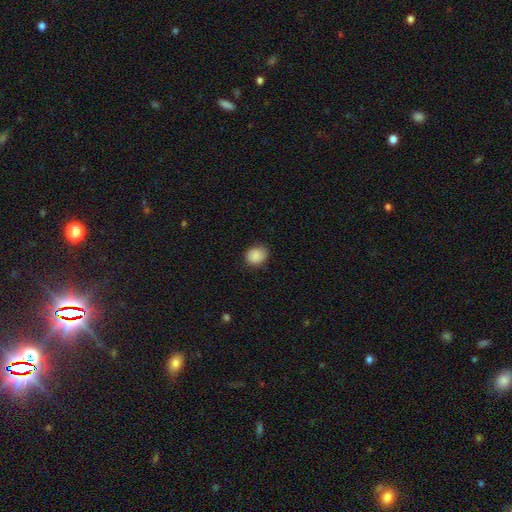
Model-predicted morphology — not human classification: This is clearly a smooth galaxy (88%). How rounded: likely round (66%). Merging: clearly none (80%).